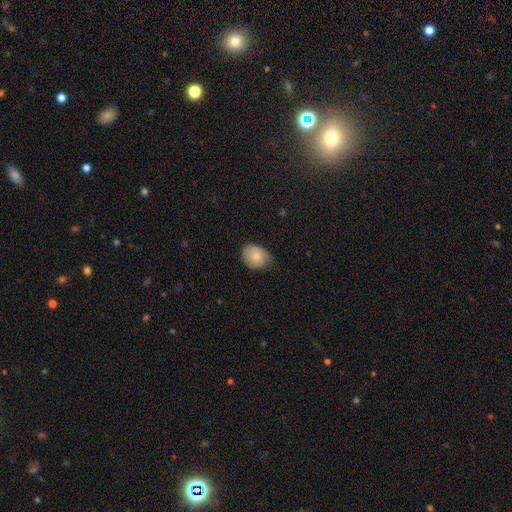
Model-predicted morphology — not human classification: A smooth galaxy with no disk features (72%) that is in between round and cigar-shaped (53%). Merging: none (64%).